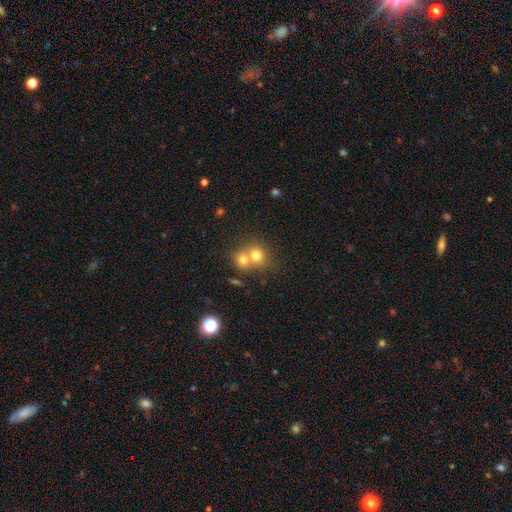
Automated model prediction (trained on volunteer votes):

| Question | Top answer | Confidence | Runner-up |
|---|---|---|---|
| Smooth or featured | smooth | 73% | featured or disk (14%) |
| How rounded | round | 80% | in between (19%) |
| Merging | merger | 58% | none (34%) |